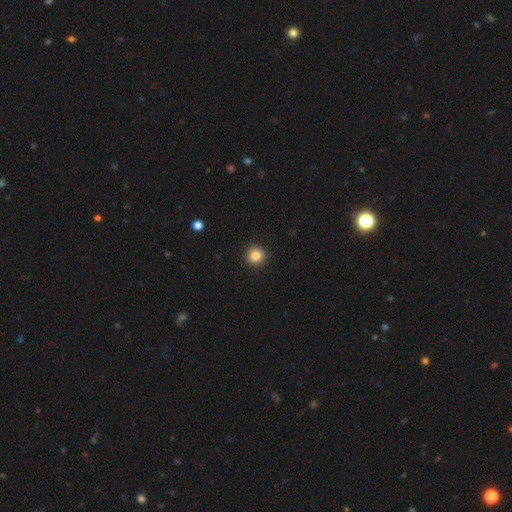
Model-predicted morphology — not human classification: smooth 85%, star or artifact 11%, featured or disk 5%. Down the decision tree: how rounded — round (91%); merging — none (91%).